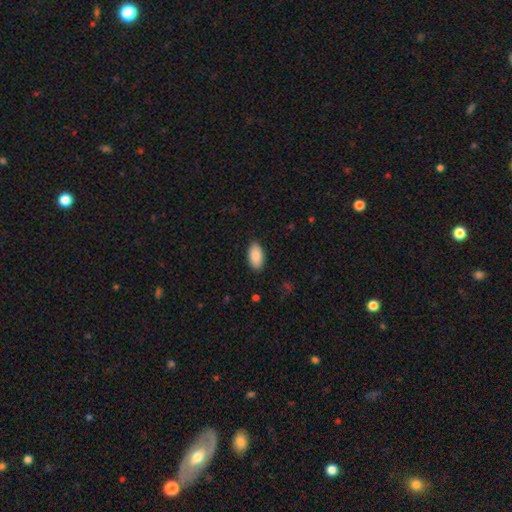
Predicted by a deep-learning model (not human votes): Q: Smooth or featured?
A: smooth (89%); runner-up: star or artifact (6%)
Q: How rounded?
A: in between (95%); runner-up: cigar-shaped (3%)
Q: Merging?
A: none (87%); runner-up: minor disturbance (9%)